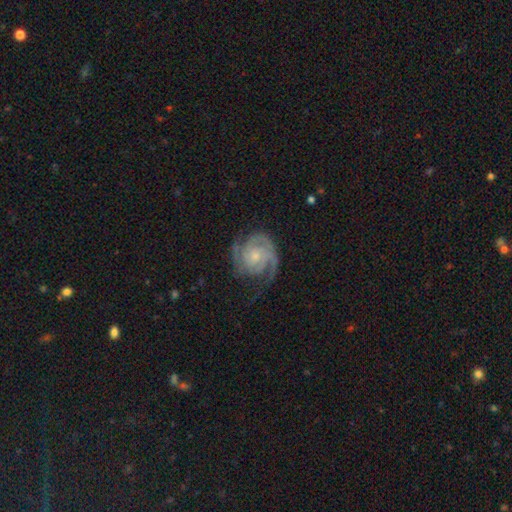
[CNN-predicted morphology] type=featured or disk (90%); edge-on=no (98%); bar=no (72%); spiral arms=yes (98%); winding=tight (60%); arm count=2 (45%); bulge=small (65%); merging=none (70%).